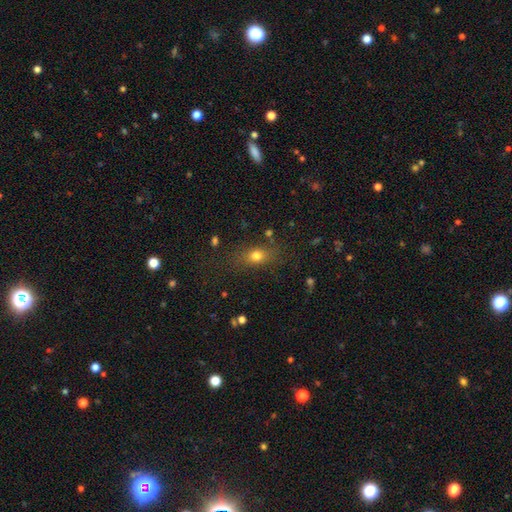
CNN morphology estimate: Smooth or featured?
  - smooth: 74% *
  - star or artifact: 14%
  - featured or disk: 12%
How rounded?
  - in between: 62% *
  - round: 31%
  - cigar-shaped: 8%
Merging?
  - none: 75% *
  - minor disturbance: 15%
  - major disturbance: 7%
  - merger: 3%